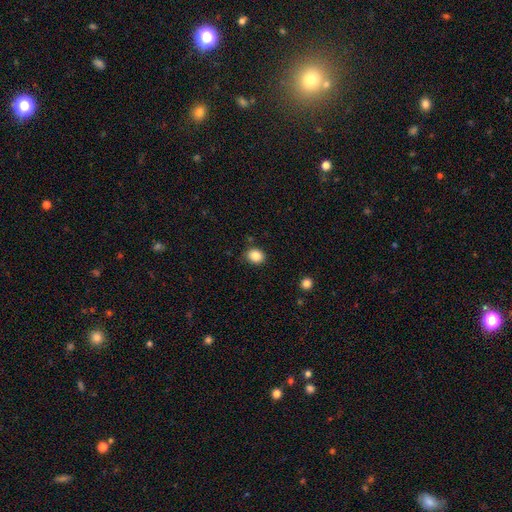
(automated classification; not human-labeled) A smooth galaxy with no disk features (85%) that is round (58%).

Vote fractions:
- Smooth or featured? smooth: 85% / star or artifact: 10% / featured or disk: 5%
- How rounded? round: 58% / in between: 42% / cigar-shaped: 1%
- Merging? none: 84% / minor disturbance: 12% / major disturbance: 3% / merger: 2%